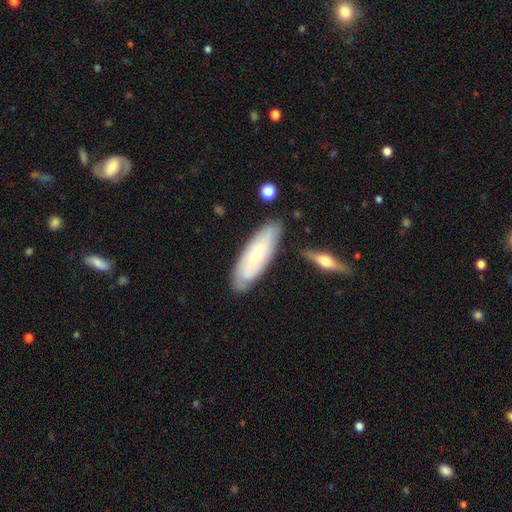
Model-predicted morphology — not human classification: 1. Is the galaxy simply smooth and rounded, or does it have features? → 49% featured or disk, 44% smooth, 7% star or artifact.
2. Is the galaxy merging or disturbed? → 79% none, 15% minor disturbance, 3% merger, 3% major disturbance.